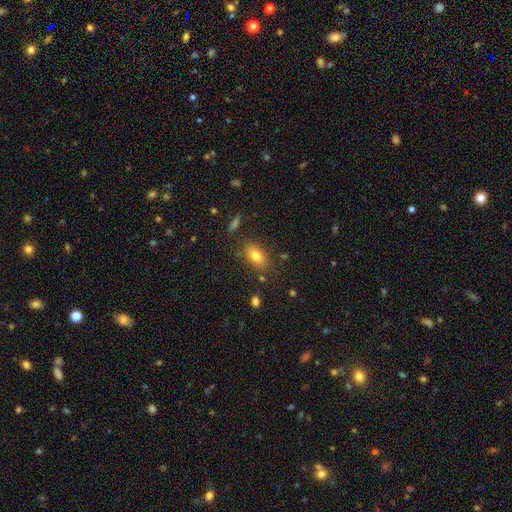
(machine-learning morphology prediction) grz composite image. It shows a smooth galaxy with no disk features (78%) that is in between round and cigar-shaped (84%). Merging: none (79%).